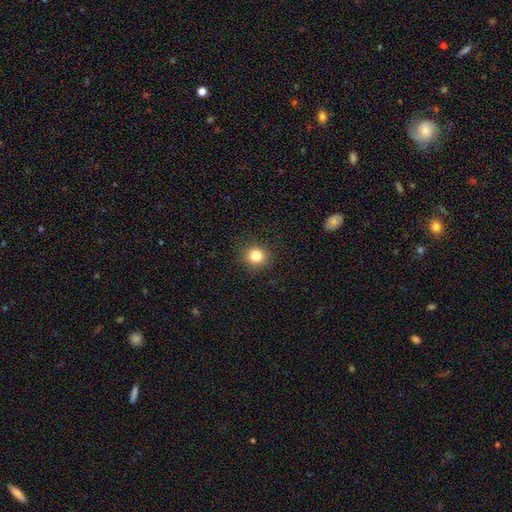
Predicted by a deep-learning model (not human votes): Smooth or featured: smooth — 82% (star or artifact — 12%)
How rounded: round — 89% (in between — 10%)
Merging: none — 90% (minor disturbance — 6%)